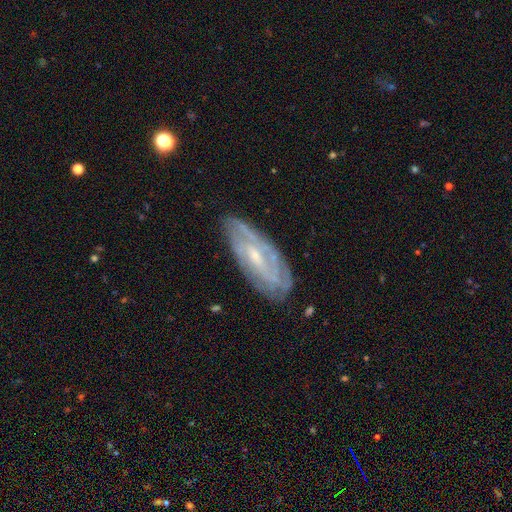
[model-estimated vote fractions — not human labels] A featured or disk galaxy (77%) with a weak bar (45%), tight (57%) spiral arms (84%) and a small central bulge (62%). Merging: none (74%).